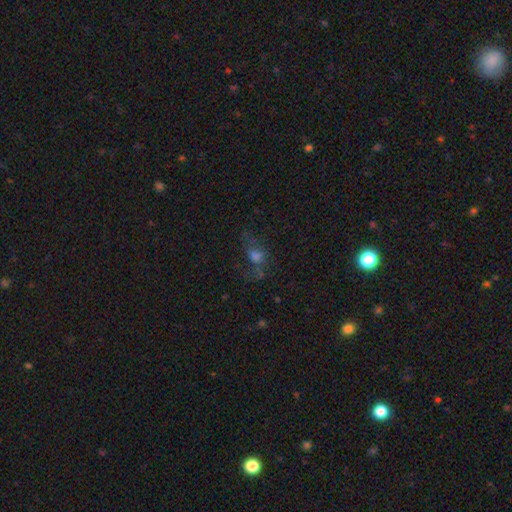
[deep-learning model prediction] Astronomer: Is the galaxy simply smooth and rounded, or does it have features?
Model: smooth — 46% (runner-up: featured or disk, 28%).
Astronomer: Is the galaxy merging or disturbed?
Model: none — 44% (runner-up: major disturbance, 29%).